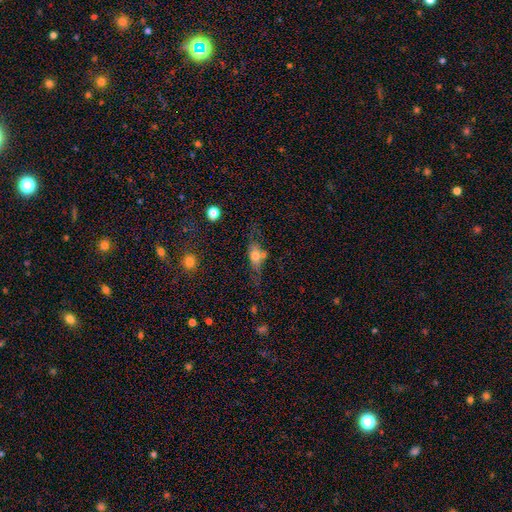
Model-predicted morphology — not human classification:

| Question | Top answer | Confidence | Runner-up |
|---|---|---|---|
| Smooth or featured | smooth | 54% | featured or disk (36%) |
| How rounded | in between | 65% | cigar-shaped (22%) |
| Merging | none | 49% | minor disturbance (22%) |